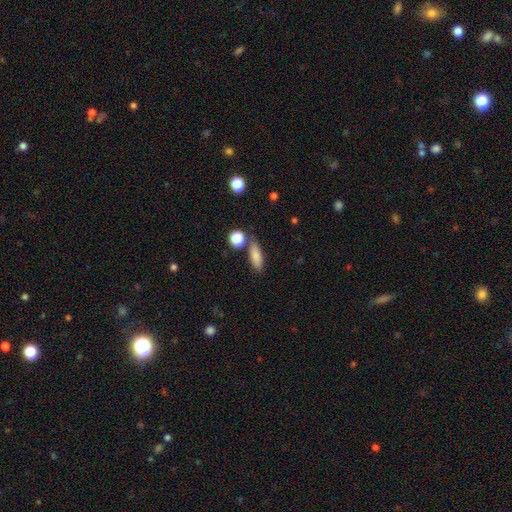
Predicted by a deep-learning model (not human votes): smooth 84%, star or artifact 8%, featured or disk 8%. Down the decision tree: how rounded — in between (62%); merging — none (73%).